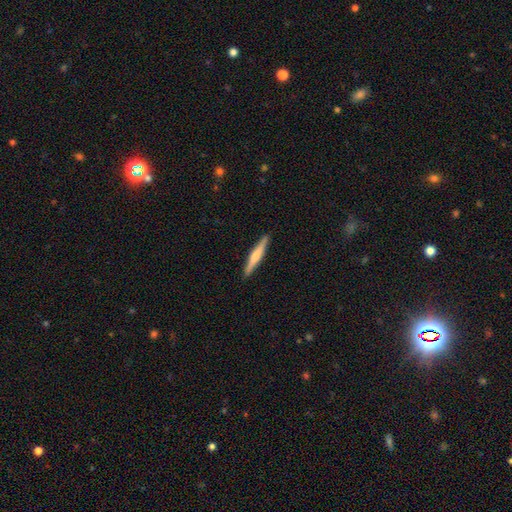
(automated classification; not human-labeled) smooth_or_featured: smooth (p=0.49) [alt: featured or disk p=0.46]
merging: none (p=0.91) [alt: minor disturbance p=0.07]